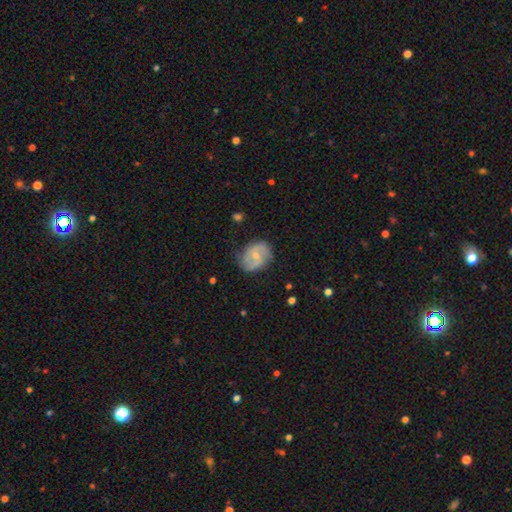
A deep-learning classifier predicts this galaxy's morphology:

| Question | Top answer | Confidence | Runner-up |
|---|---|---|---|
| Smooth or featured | featured or disk | 66% | smooth (28%) |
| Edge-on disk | no | 97% | yes (3%) |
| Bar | weak | 52% | no (32%) |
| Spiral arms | yes | 81% | no (19%) |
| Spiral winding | medium | 46% | loose (30%) |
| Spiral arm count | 2 | 81% | can't tell (12%) |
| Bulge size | small | 55% | moderate (39%) |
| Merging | none | 70% | minor disturbance (22%) |